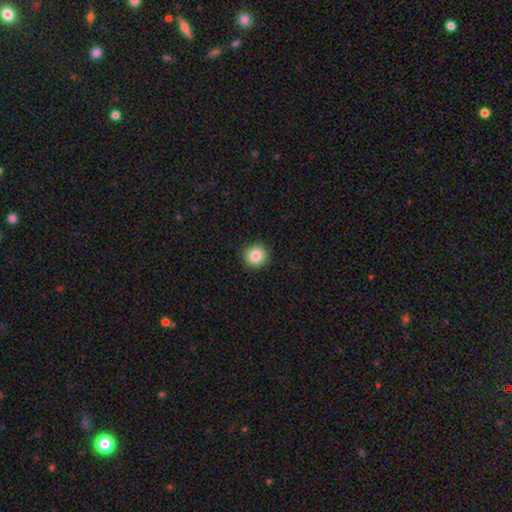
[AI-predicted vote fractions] Smooth or featured: smooth — 85% (star or artifact — 10%)
How rounded: round — 94% (in between — 5%)
Merging: none — 92% (minor disturbance — 5%)